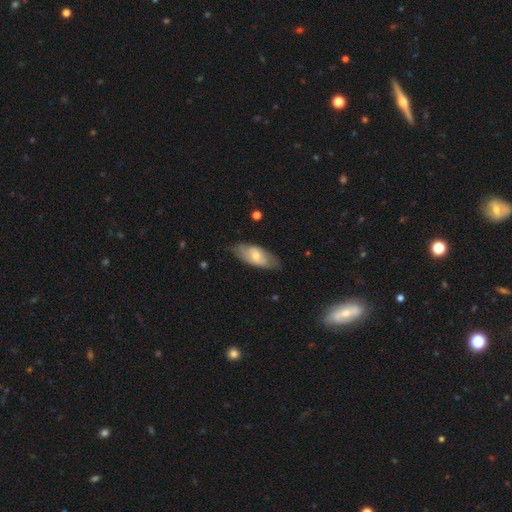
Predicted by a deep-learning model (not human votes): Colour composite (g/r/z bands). It shows a smooth galaxy with no disk features (47%, tied with featured or disk). Merging: none (75%).